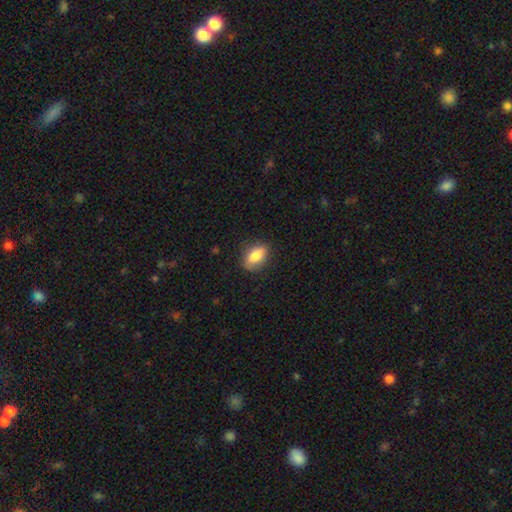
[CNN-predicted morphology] smooth_or_featured: smooth (p=0.77) [alt: featured or disk p=0.16]
how_rounded: in between (p=0.82) [alt: round p=0.09]
merging: none (p=0.77) [alt: minor disturbance p=0.18]